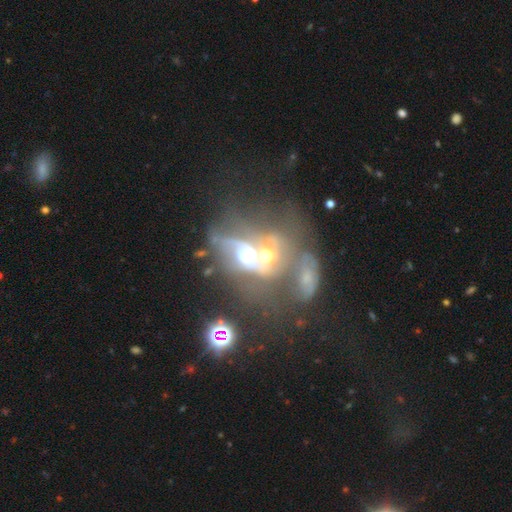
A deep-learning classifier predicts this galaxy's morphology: smooth_or_featured: featured or disk (p=0.62) [alt: smooth p=0.21]
disk_edge_on: no (p=0.94) [alt: yes p=0.06]
bar: no (p=0.73) [alt: weak p=0.19]
has_spiral_arms: no (p=0.53) [alt: yes p=0.47]
bulge_size: moderate (p=0.57) [alt: small p=0.17]
merging: merger (p=0.72) [alt: major disturbance p=0.15]